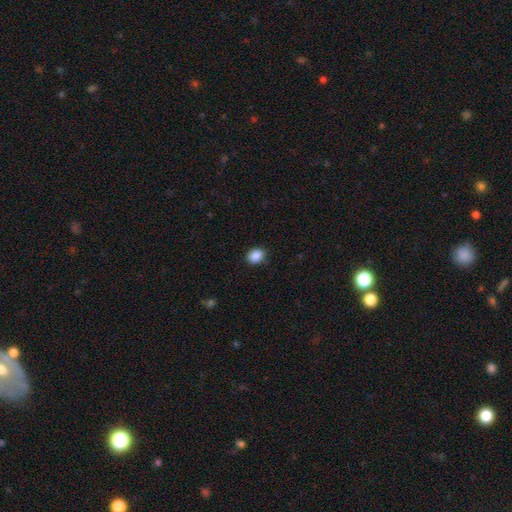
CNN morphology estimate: smooth 89%, star or artifact 8%, featured or disk 3%. Down the decision tree: how rounded — round (51%); merging — none (88%).